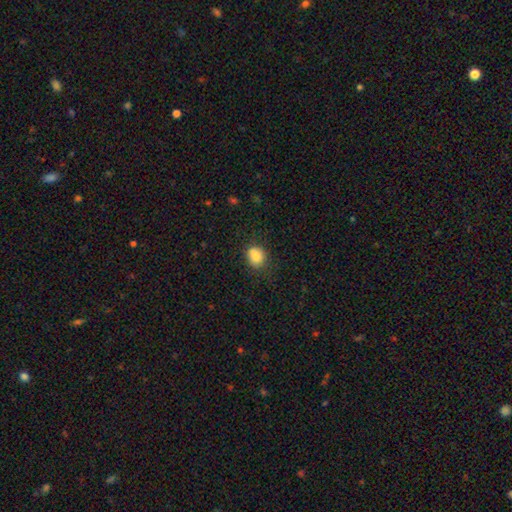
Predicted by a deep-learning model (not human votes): Q: Smooth or featured?
A: smooth (81%); runner-up: star or artifact (11%)
Q: How rounded?
A: round (64%); runner-up: in between (35%)
Q: Merging?
A: none (63%); runner-up: minor disturbance (19%)